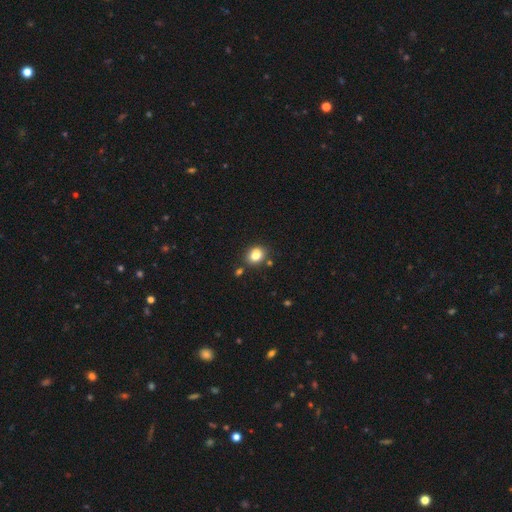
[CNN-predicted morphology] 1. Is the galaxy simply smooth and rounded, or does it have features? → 83% smooth, 11% star or artifact, 7% featured or disk.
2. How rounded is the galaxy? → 54% round, 45% in between, 1% cigar-shaped.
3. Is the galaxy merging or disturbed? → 77% none, 12% minor disturbance, 7% merger, 3% major disturbance.